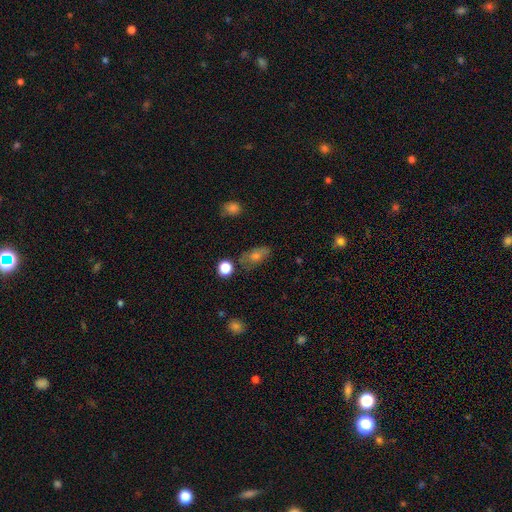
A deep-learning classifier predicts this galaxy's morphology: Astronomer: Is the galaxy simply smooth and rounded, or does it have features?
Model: smooth — 53%.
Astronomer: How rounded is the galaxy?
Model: in between — 76%.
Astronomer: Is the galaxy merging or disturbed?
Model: none — 71%.